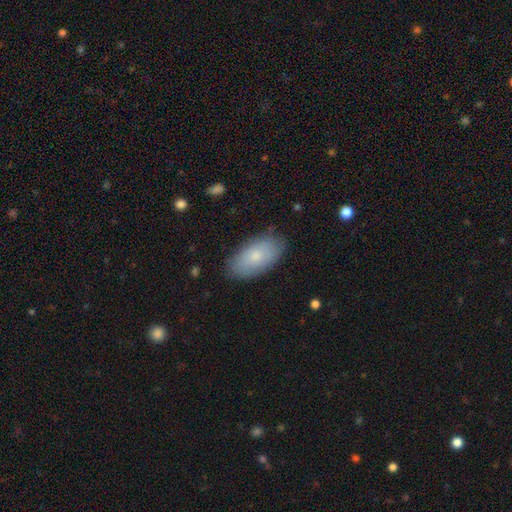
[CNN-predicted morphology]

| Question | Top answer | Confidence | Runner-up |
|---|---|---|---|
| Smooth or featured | smooth | 77% | featured or disk (16%) |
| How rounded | in between | 94% | round (3%) |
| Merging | none | 85% | minor disturbance (12%) |